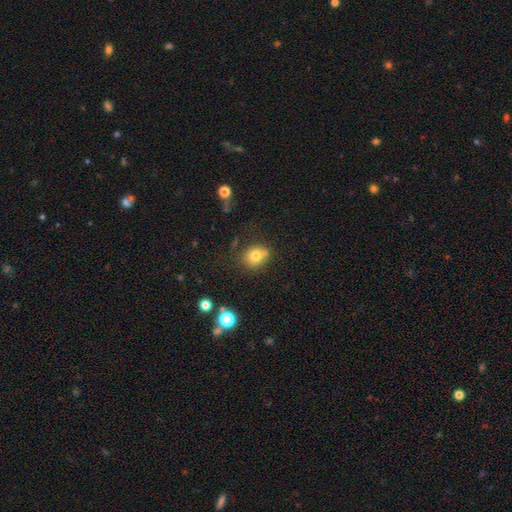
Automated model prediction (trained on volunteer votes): Smooth or featured: smooth — 76% (star or artifact — 13%)
How rounded: round — 73% (in between — 26%)
Merging: none — 64% (merger — 16%)